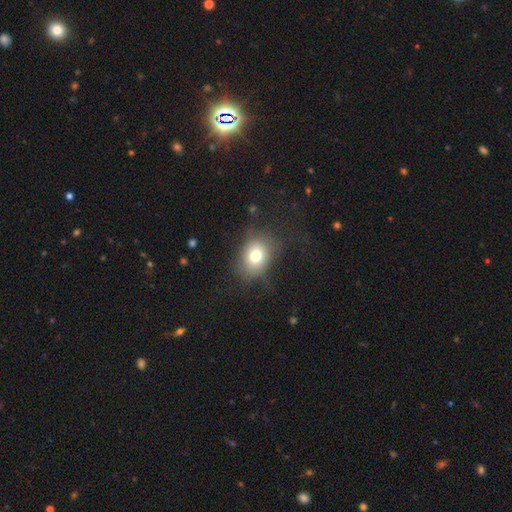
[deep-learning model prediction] A smooth galaxy with no disk features (74%) that is in between round and cigar-shaped (51%). Merging: none (68%).